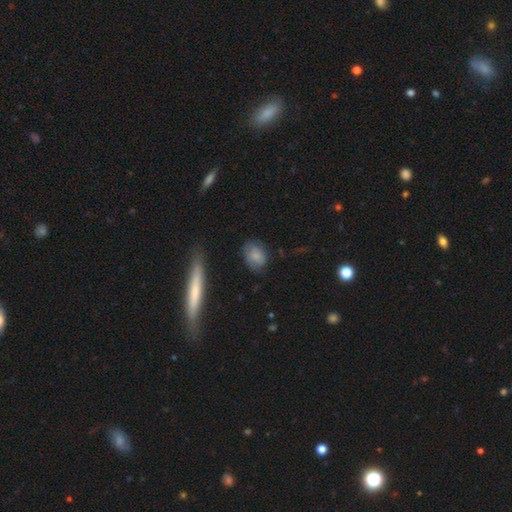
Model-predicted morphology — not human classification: Smooth or featured? Predicted: smooth (p=0.75). How rounded? Predicted: in between (p=0.59). Merging? Predicted: none (p=0.71).